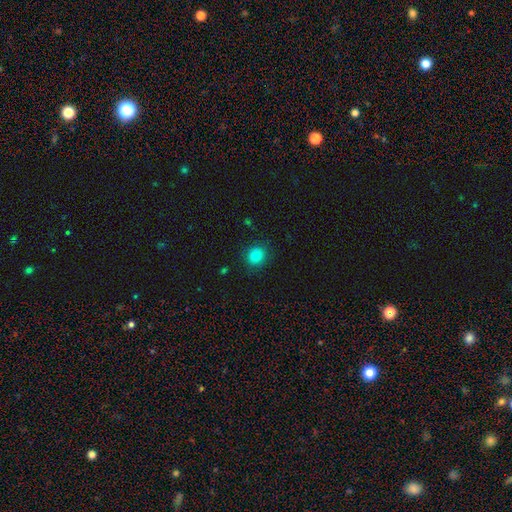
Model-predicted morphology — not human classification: Smooth or featured: smooth — 81% (star or artifact — 12%)
How rounded: round — 85% (in between — 14%)
Merging: none — 88% (minor disturbance — 8%)